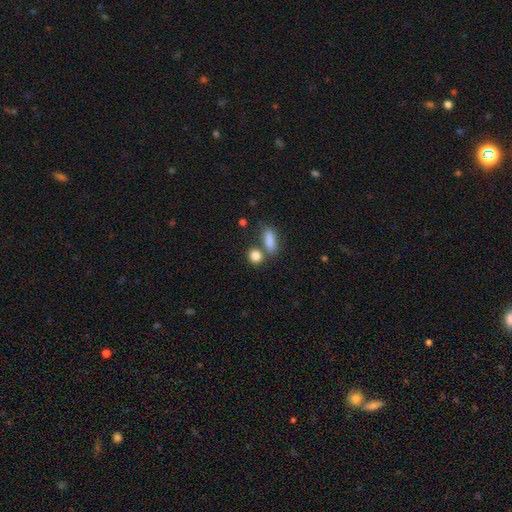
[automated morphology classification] Smooth or featured: smooth — 85% (star or artifact — 9%)
How rounded: round — 58% (in between — 36%)
Merging: none — 61% (merger — 24%)